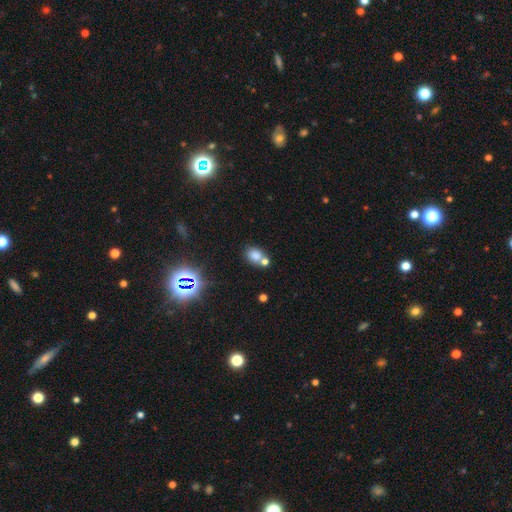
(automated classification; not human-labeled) smooth 74%, star or artifact 16%, featured or disk 10%. Down the decision tree: how rounded — in between (52%); merging — none (48%).